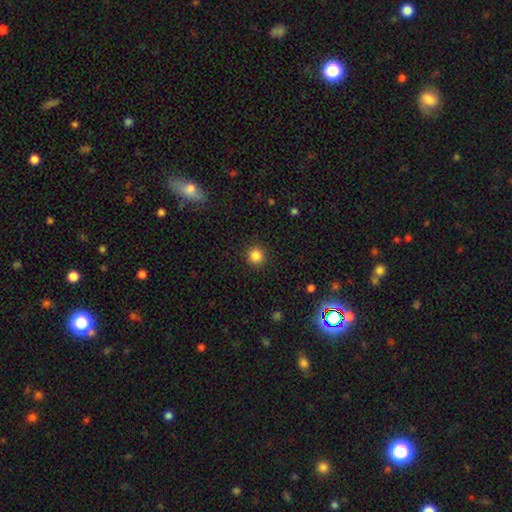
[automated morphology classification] smooth_or_featured: smooth (p=0.85) [alt: star or artifact p=0.11]
how_rounded: round (p=0.94) [alt: in between p=0.05]
merging: none (p=0.91) [alt: minor disturbance p=0.05]